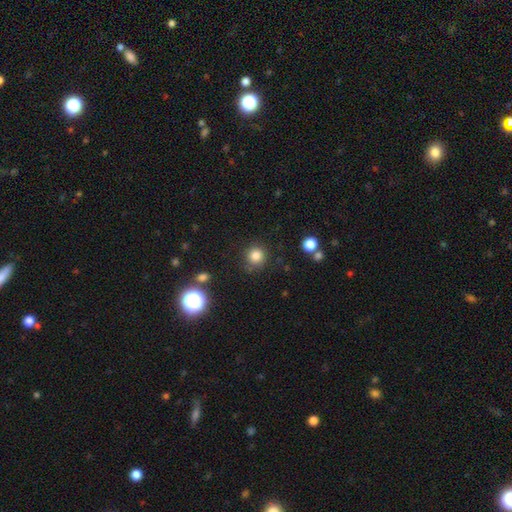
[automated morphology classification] Smooth or featured?
  - smooth: 82% *
  - star or artifact: 13%
  - featured or disk: 5%
How rounded?
  - round: 93% *
  - in between: 6%
  - cigar-shaped: 1%
Merging?
  - none: 83% *
  - minor disturbance: 10%
  - major disturbance: 4%
  - merger: 3%